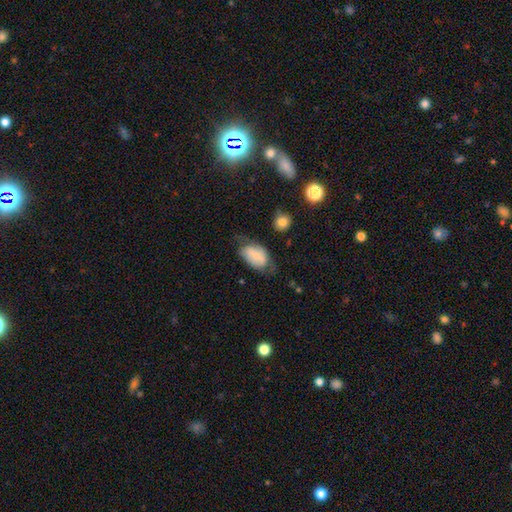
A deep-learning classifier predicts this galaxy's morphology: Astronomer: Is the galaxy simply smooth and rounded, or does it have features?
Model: smooth — 67%.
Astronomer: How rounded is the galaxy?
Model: in between — 89%.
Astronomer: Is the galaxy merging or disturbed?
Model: none — 43% (runner-up: minor disturbance, 34%).